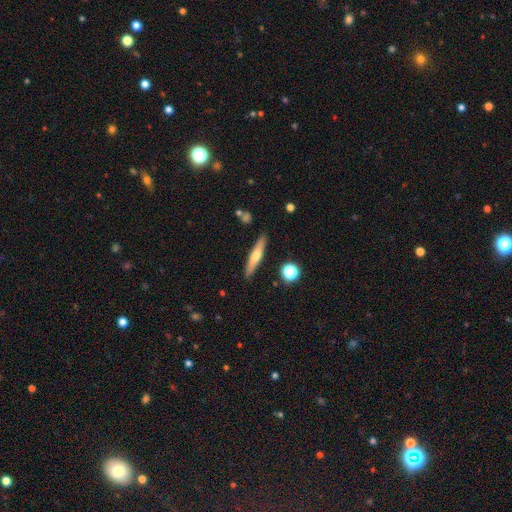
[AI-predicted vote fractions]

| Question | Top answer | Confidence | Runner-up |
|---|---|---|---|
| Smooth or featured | smooth | 51% | featured or disk (42%) |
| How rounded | cigar-shaped | 88% | in between (10%) |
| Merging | none | 88% | minor disturbance (8%) |